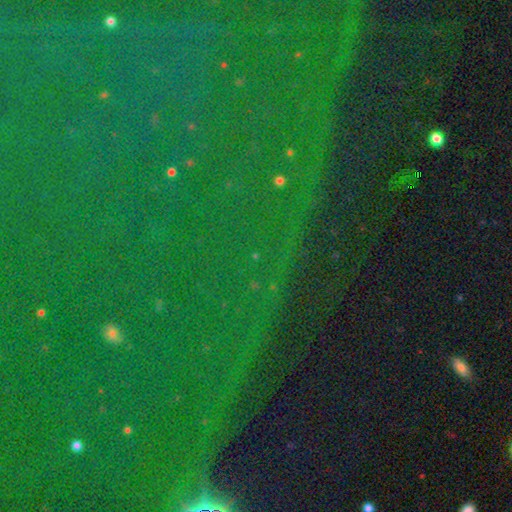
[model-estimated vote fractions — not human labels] This appears to be a star or artifact, not a galaxy (87%).